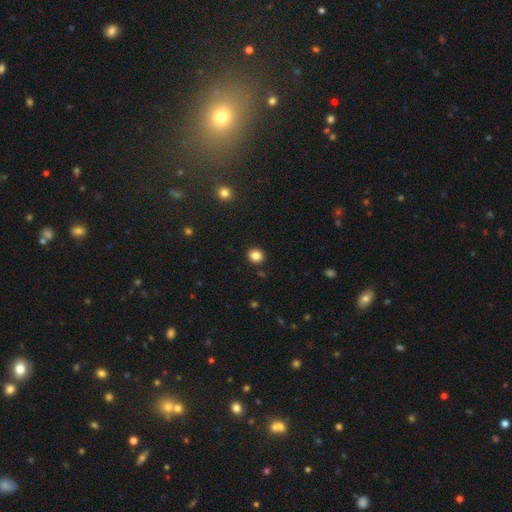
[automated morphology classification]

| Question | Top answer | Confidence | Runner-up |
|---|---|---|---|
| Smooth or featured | smooth | 84% | star or artifact (11%) |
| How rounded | round | 85% | in between (14%) |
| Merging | none | 92% | minor disturbance (5%) |